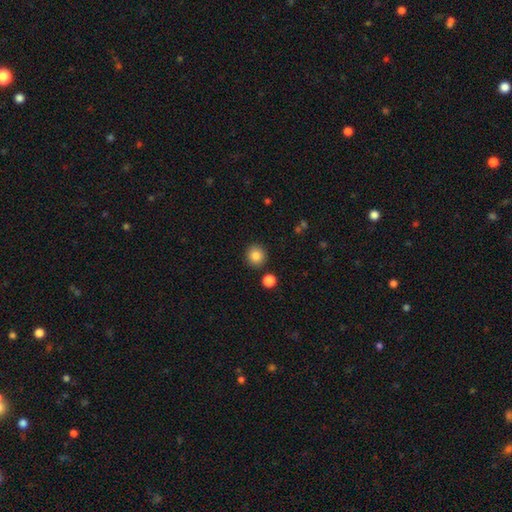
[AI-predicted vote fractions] Q: Smooth or featured?
A: smooth (86%); runner-up: star or artifact (9%)
Q: How rounded?
A: round (91%); runner-up: in between (8%)
Q: Merging?
A: none (89%); runner-up: minor disturbance (6%)